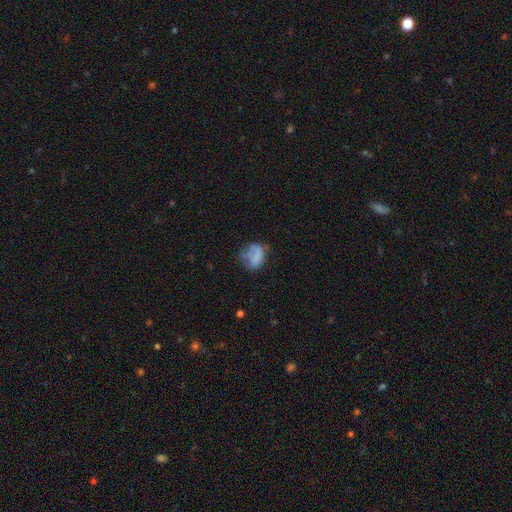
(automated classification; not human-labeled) The model was most divided on "how rounded": in between: 53%, round: 45%, cigar-shaped: 2%. Remaining: smooth or featured — smooth (65%); merging — none (41%).